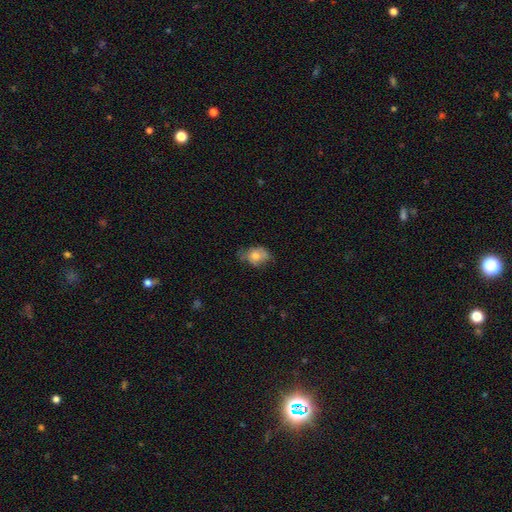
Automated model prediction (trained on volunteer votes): Overall: smooth (65%; featured or disk 26%). How rounded: in between (67%; round 32%). Merging: none (49%; minor disturbance 34%).